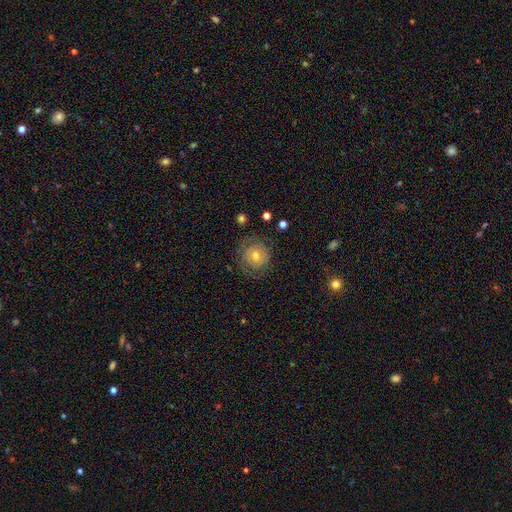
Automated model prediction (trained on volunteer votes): A featured or disk galaxy (47%). Merging: none (75%).